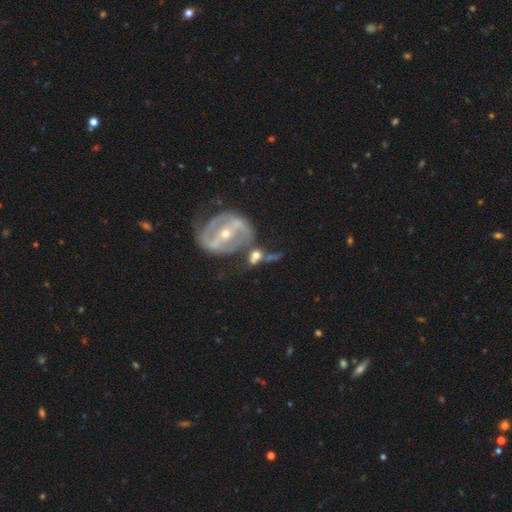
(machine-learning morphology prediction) Overall: featured or disk (64%; smooth 28%). Edge-on disk: no (93%). Bar: no (36%; weak 32%). Spiral arms: yes (68%; no 32%). Bulge size: moderate (46%; small 44%). Merging: none (42%; merger 31%).